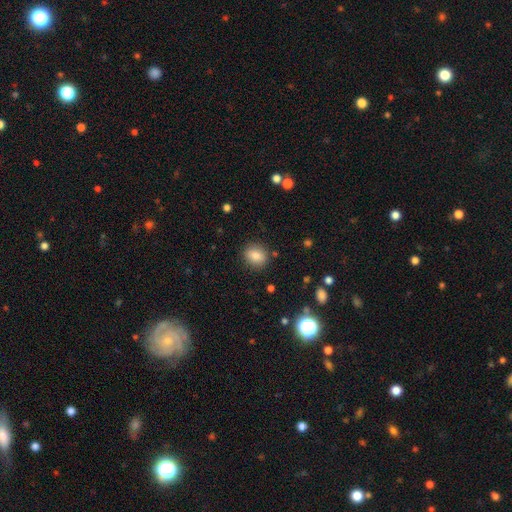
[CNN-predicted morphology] The model was most divided on "how rounded": round: 61%, in between: 38%, cigar-shaped: 1%. More confident: merging — none (85%); smooth or featured — smooth (85%).